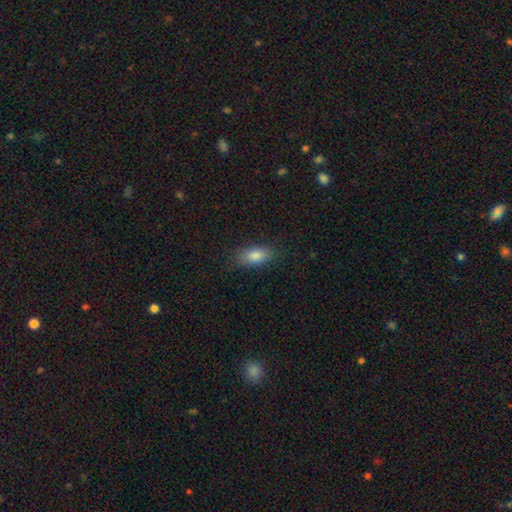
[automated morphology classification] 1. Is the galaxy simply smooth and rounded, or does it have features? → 84% smooth, 8% featured or disk, 8% star or artifact.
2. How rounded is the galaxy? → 87% in between, 9% cigar-shaped, 4% round.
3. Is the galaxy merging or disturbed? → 83% none, 12% minor disturbance, 3% major disturbance, 1% merger.